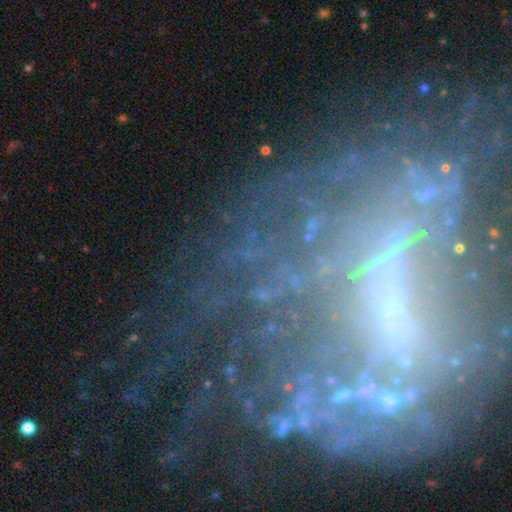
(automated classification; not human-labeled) A featured or disk galaxy (70%) with a strong bar (36%), spiral arms (52%) and a small central bulge (58%).

Vote fractions:
- Smooth or featured? featured or disk: 70% / star or artifact: 19% / smooth: 11%
- Edge-on disk? no: 92% / yes: 8%
- Bar? strong: 36% / no: 34% / weak: 30%
- Spiral arms? yes: 52% / no: 48%
- Bulge size? small: 58% / none: 26% / moderate: 11% / large: 2% / dominant: 2%
- Merging? none: 53% / major disturbance: 25% / minor disturbance: 17% / merger: 5%